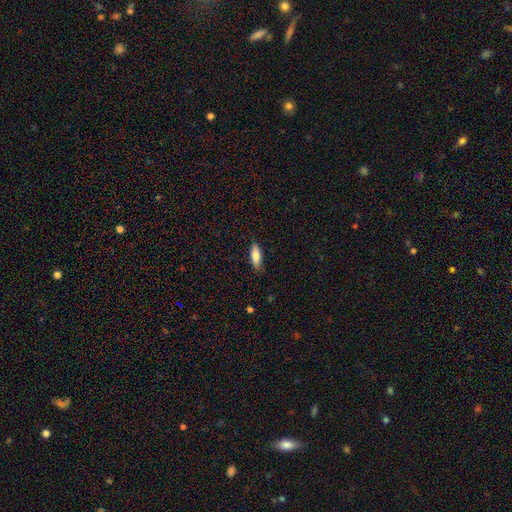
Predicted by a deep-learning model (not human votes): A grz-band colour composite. It shows a smooth galaxy with no disk features (79%) that is in between round and cigar-shaped (63%). Merging: none (86%).